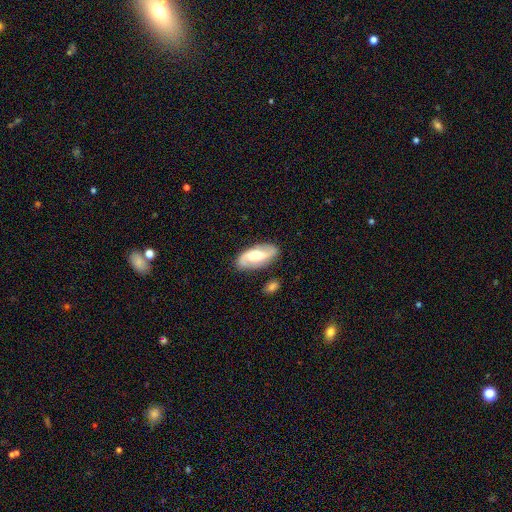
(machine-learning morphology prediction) Smooth or featured? Predicted: featured or disk (p=0.70). Edge-on disk? Predicted: no (p=0.94). Bar? Predicted: no (p=0.44). Spiral arms? Predicted: yes (p=0.93). Spiral winding? Predicted: medium (p=0.47). Spiral arm count? Predicted: 2 (p=0.87). Bulge size? Predicted: moderate (p=0.45). Merging? Predicted: none (p=0.79).